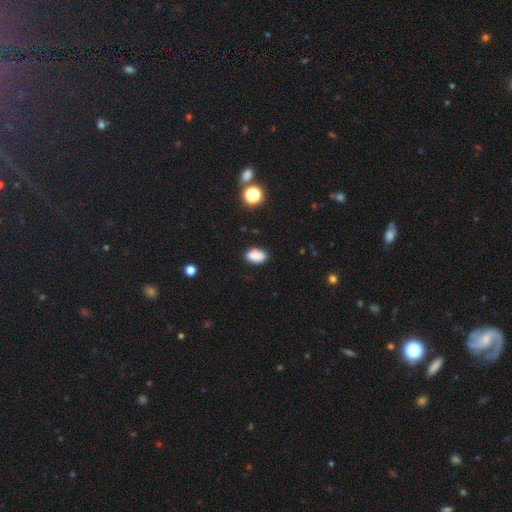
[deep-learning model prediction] Smooth or featured? Predicted: smooth (p=0.85). How rounded? Predicted: in between (p=0.90). Merging? Predicted: none (p=0.81).